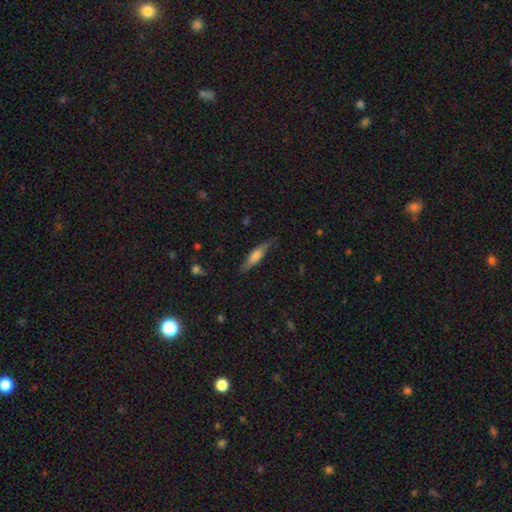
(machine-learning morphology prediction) Smooth or featured: smooth — 56% (featured or disk — 37%)
How rounded: cigar-shaped — 76% (in between — 22%)
Merging: none — 75% (minor disturbance — 19%)